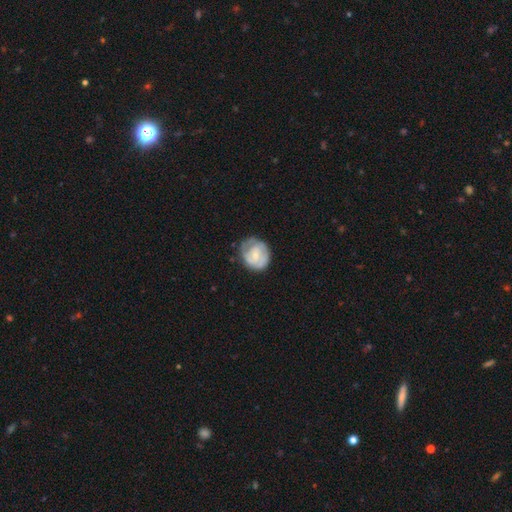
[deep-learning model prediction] smooth-or-featured: featured or disk: 54% | smooth: 41% | star or artifact: 6%
  disk-edge-on: no: 98% | yes: 2%
    bar: no: 70% | weak: 26% | strong: 4%
    has-spiral-arms: yes: 64% | no: 36%
    bulge-size: small: 57% | moderate: 36% | none: 4% | large: 2% | dominant: 1%
  merging: none: 59% | minor disturbance: 28% | major disturbance: 11% | merger: 2%